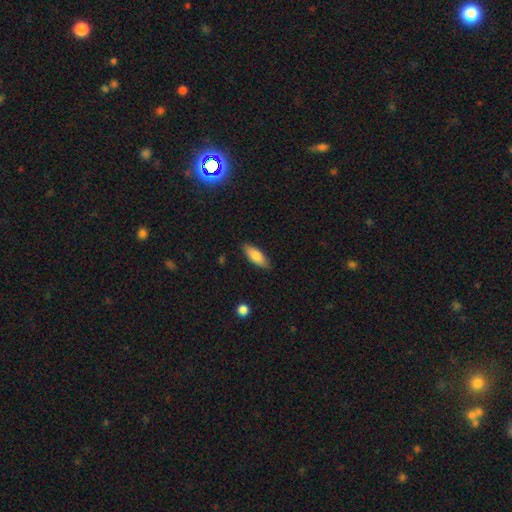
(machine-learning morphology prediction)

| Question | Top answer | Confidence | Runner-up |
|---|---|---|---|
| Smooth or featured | smooth | 80% | featured or disk (14%) |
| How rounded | in between | 70% | cigar-shaped (28%) |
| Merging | none | 86% | minor disturbance (10%) |